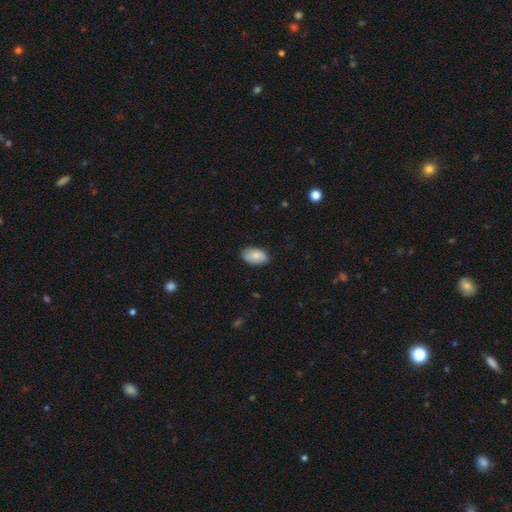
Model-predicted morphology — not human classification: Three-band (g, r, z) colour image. It shows a smooth galaxy with no disk features (83%) that is in between round and cigar-shaped (94%). Merging: none (83%).